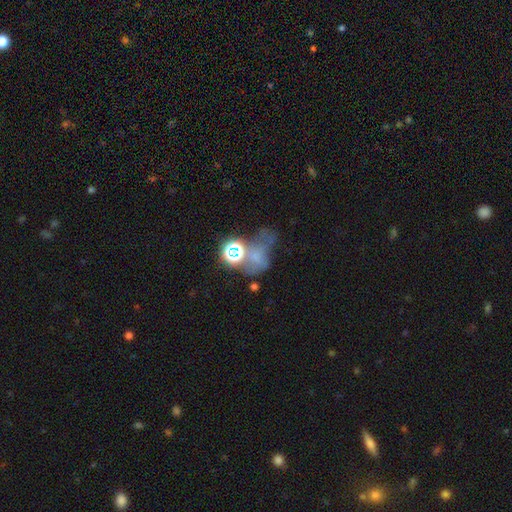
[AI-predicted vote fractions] Overall: star or artifact (38%; smooth 37%).